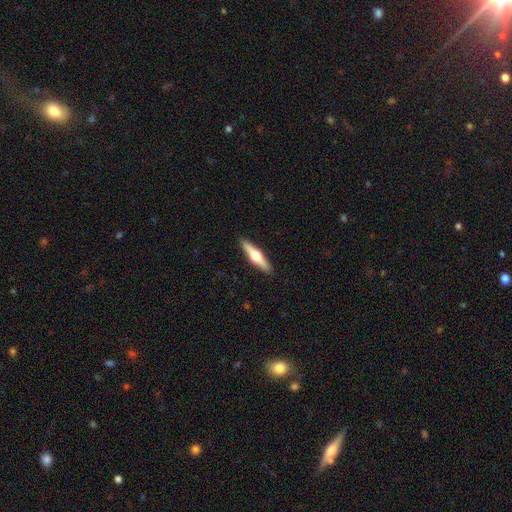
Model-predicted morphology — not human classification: featured or disk 61%, smooth 33%, star or artifact 5%. Down the decision tree: edge-on disk — yes (96%); edge-on bulge — rounded (95%); merging — none (91%).